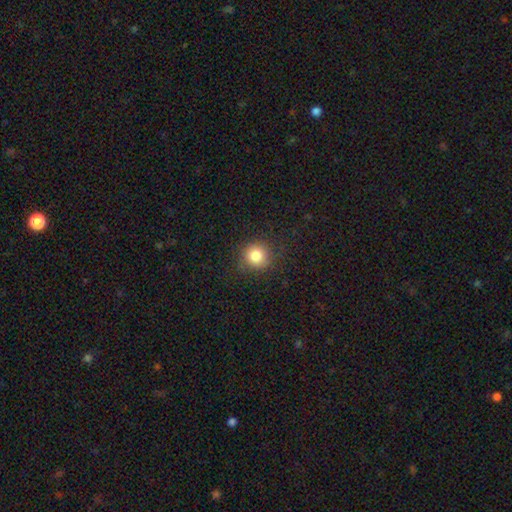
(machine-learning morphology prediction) A smooth galaxy with no disk features (82%) that is round (91%). Merging: none (85%).